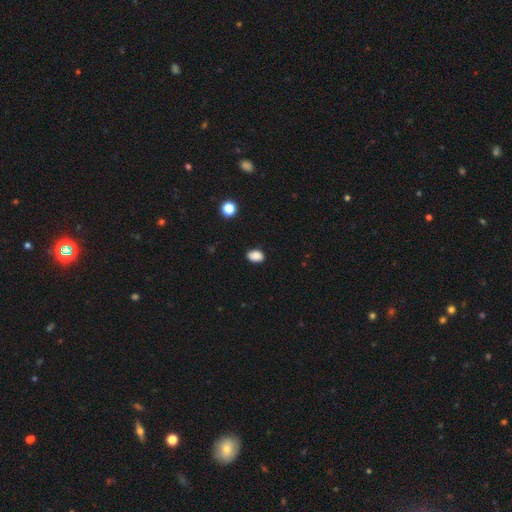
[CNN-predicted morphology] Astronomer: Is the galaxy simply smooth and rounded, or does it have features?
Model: smooth — 87%.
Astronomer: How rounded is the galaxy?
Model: in between — 83%.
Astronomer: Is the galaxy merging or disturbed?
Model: none — 85%.